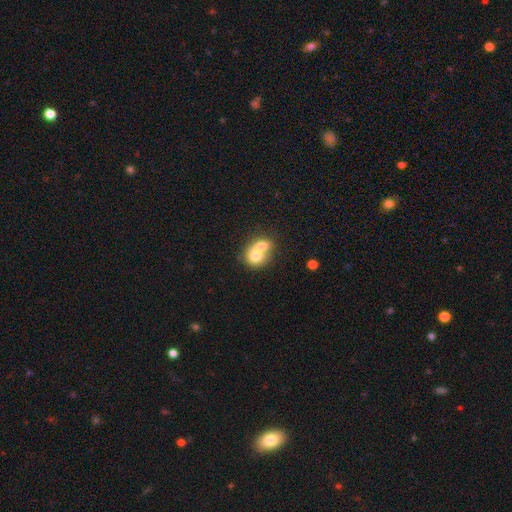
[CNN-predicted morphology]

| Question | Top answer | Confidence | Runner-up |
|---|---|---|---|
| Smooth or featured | smooth | 69% | featured or disk (23%) |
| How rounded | round | 63% | in between (36%) |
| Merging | merger | 76% | none (17%) |